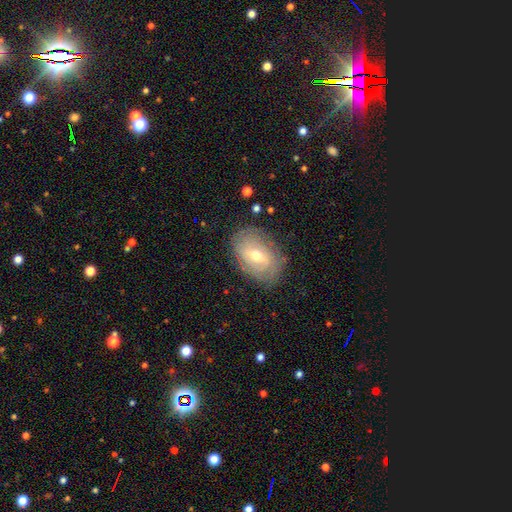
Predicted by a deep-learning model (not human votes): Smooth or featured?
  - featured or disk: 67% *
  - smooth: 25%
  - star or artifact: 8%
Edge-on disk?
  - no: 94% *
  - yes: 6%
Bar?
  - weak: 49% *
  - no: 36%
  - strong: 15%
Spiral arms?
  - yes: 76% *
  - no: 24%
Bulge size?
  - moderate: 66% *
  - small: 29%
  - large: 3%
  - none: 1%
  - dominant: 1%
Merging?
  - none: 78% *
  - minor disturbance: 16%
  - major disturbance: 5%
  - merger: 1%